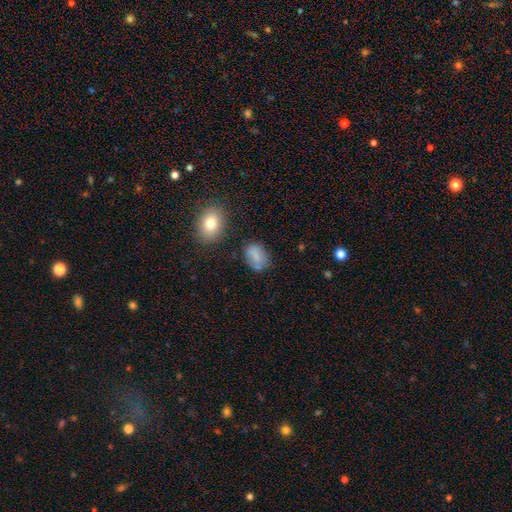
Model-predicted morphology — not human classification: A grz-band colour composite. It shows a smooth galaxy with no disk features (78%) that is in between round and cigar-shaped (81%). Merging: none (65%).